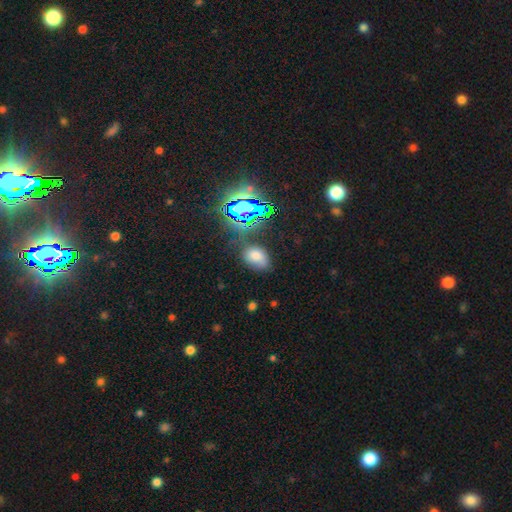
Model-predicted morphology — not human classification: This is likely a smooth galaxy (65%). How rounded: clearly in between (81%). Merging: likely none (64%).